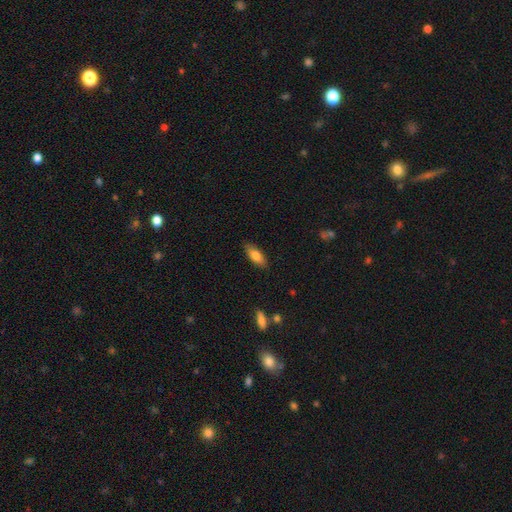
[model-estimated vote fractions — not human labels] Smooth or featured: smooth — 77% (featured or disk — 16%)
How rounded: in between — 73% (cigar-shaped — 25%)
Merging: none — 86% (minor disturbance — 11%)